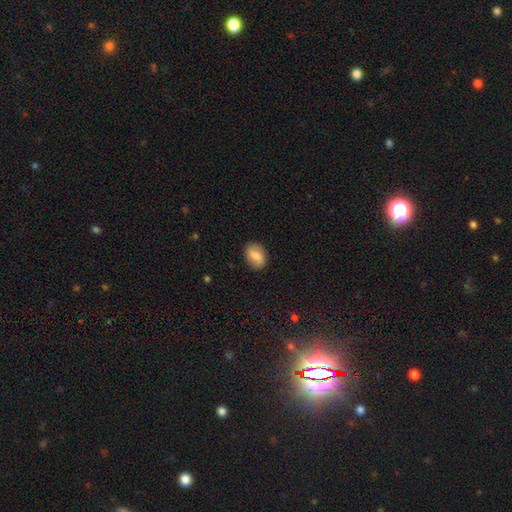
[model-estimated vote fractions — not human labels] smooth 76%, featured or disk 16%, star or artifact 7%. Down the decision tree: how rounded — in between (78%); merging — none (85%).